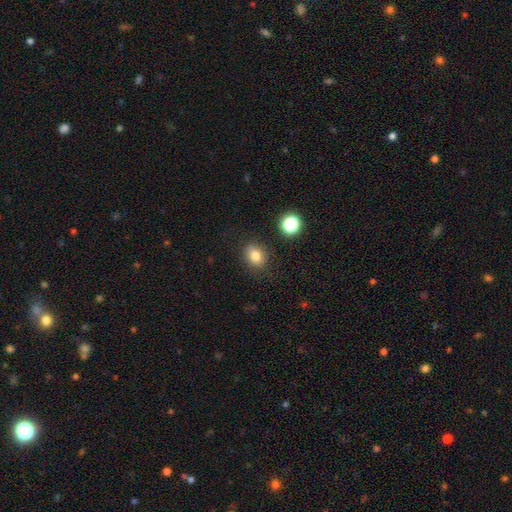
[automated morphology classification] Q: Smooth or featured?
A: smooth (79%); runner-up: star or artifact (13%)
Q: How rounded?
A: round (51%); runner-up: in between (48%)
Q: Merging?
A: none (81%); runner-up: minor disturbance (12%)